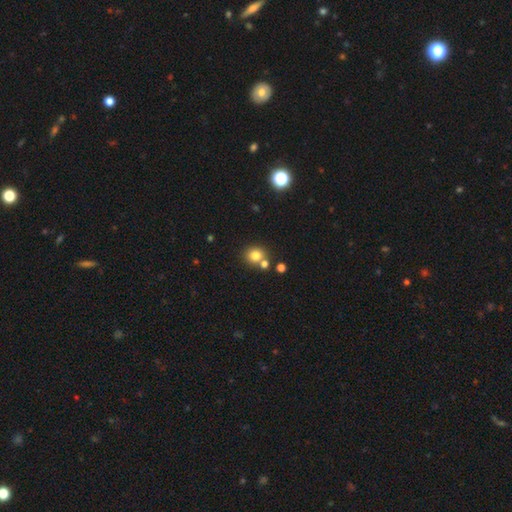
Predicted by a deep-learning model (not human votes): smooth_or_featured: smooth (p=0.78) [alt: star or artifact p=0.14]
how_rounded: round (p=0.85) [alt: in between p=0.14]
merging: none (p=0.65) [alt: merger p=0.23]